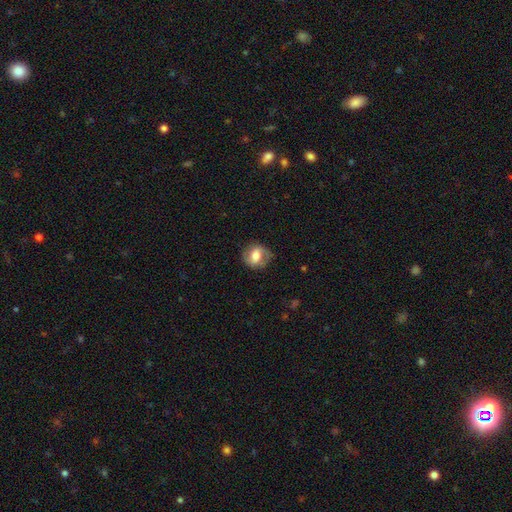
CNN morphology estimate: Smooth or featured? smooth (56%)
How rounded? round (56%)
Merging? none (71%)